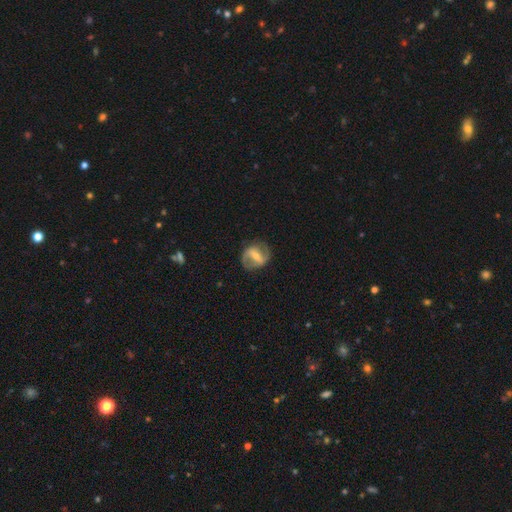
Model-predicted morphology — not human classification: smooth-or-featured: featured or disk: 79% | smooth: 15% | star or artifact: 6%
  disk-edge-on: no: 96% | yes: 4%
    bar: strong: 56% | weak: 34% | no: 11%
    has-spiral-arms: yes: 87% | no: 13%
      spiral-winding: medium: 48% | loose: 31% | tight: 22%
      spiral-arm-count: 2: 89% | can't tell: 5% | 1: 3% | 3: 1% | 4: 1% | more than 4: 1%
    bulge-size: small: 47% | moderate: 44% | none: 4% | large: 3% | dominant: 1%
  merging: none: 81% | minor disturbance: 13% | major disturbance: 6% | merger: 1%